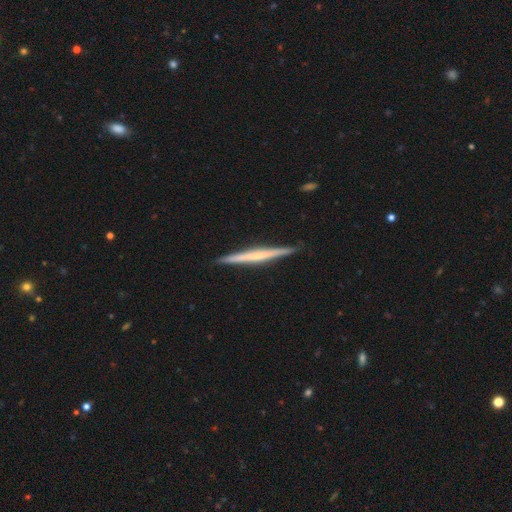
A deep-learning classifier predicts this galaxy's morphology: smooth_or_featured: featured or disk (p=0.63) [alt: smooth p=0.31]
disk_edge_on: yes (p=0.98) [alt: no p=0.02]
edge_on_bulge: none (p=0.59) [alt: rounded p=0.30]
merging: none (p=0.91) [alt: minor disturbance p=0.06]